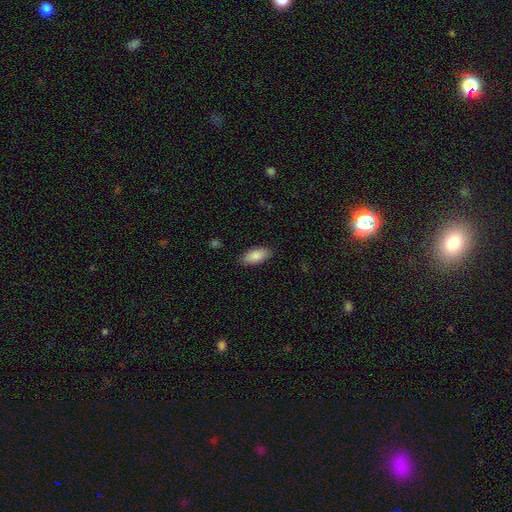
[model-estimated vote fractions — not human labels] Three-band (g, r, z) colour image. It shows a smooth galaxy with no disk features (87%) that is in between round and cigar-shaped (89%). Merging: none (87%).